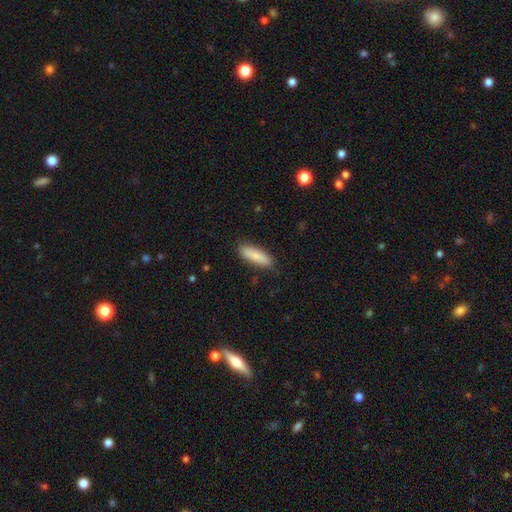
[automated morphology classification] This is clearly a smooth galaxy (83%). How rounded: possibly cigar-shaped (51%). Merging: clearly none (84%).